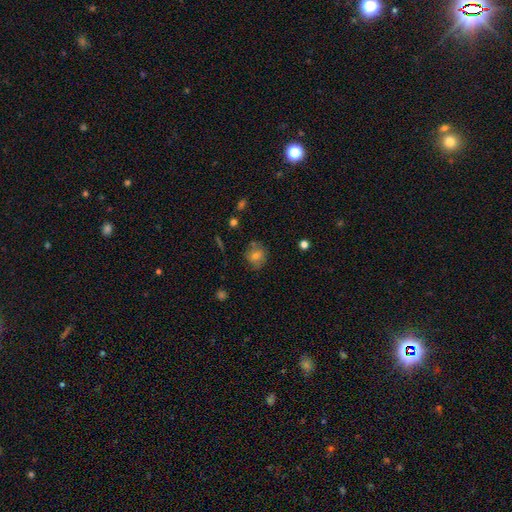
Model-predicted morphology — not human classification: A smooth galaxy with no disk features (70%) that is round (77%).

Vote fractions:
- Smooth or featured? smooth: 70% / featured or disk: 19% / star or artifact: 11%
- How rounded? round: 77% / in between: 22% / cigar-shaped: 1%
- Merging? none: 74% / minor disturbance: 17% / major disturbance: 5% / merger: 3%